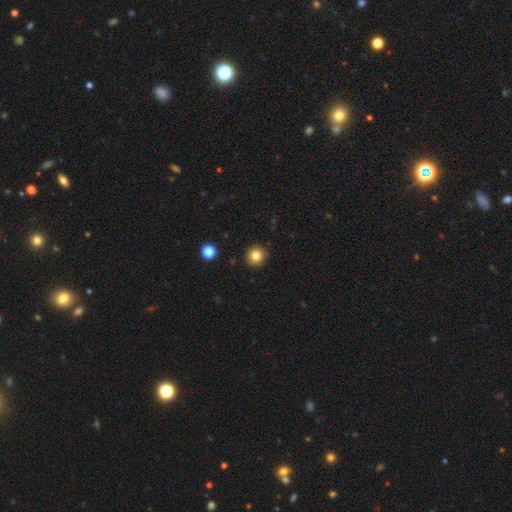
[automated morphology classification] Smooth or featured? Predicted: smooth (p=0.81). How rounded? Predicted: round (p=0.92). Merging? Predicted: none (p=0.90).